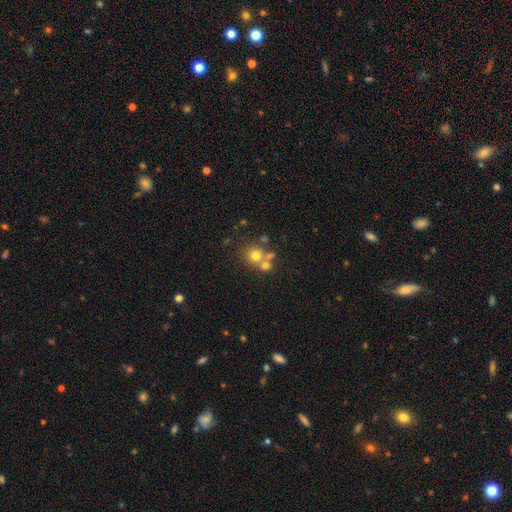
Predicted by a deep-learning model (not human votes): smooth 67%, featured or disk 17%, star or artifact 16%. Down the decision tree: how rounded — round (85%); merging — none (50%).